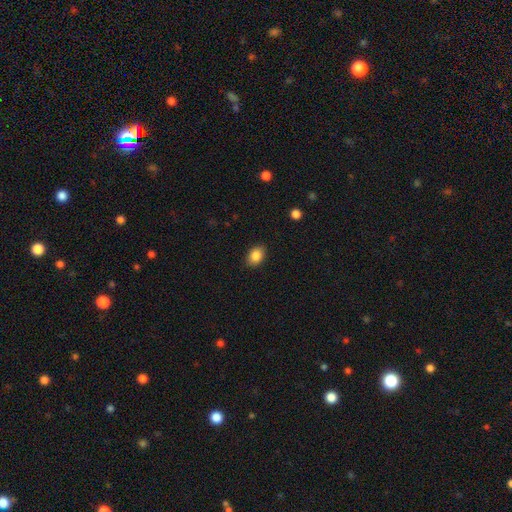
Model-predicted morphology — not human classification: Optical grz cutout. It shows a smooth galaxy with no disk features (85%) that is in between round and cigar-shaped (75%). Merging: none (87%).